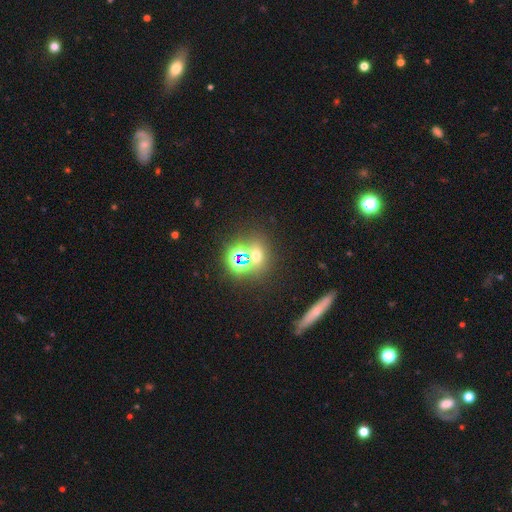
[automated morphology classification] Overall: star or artifact (46%; smooth 42%).